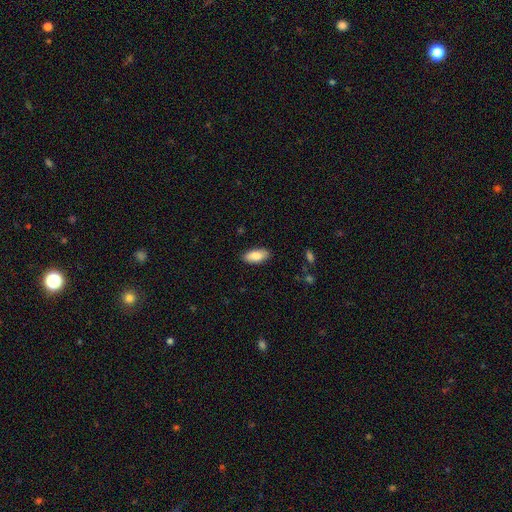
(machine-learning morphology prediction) smooth_or_featured: smooth (p=0.87) [alt: featured or disk p=0.07]
how_rounded: in between (p=0.90) [alt: cigar-shaped p=0.08]
merging: none (p=0.87) [alt: minor disturbance p=0.10]